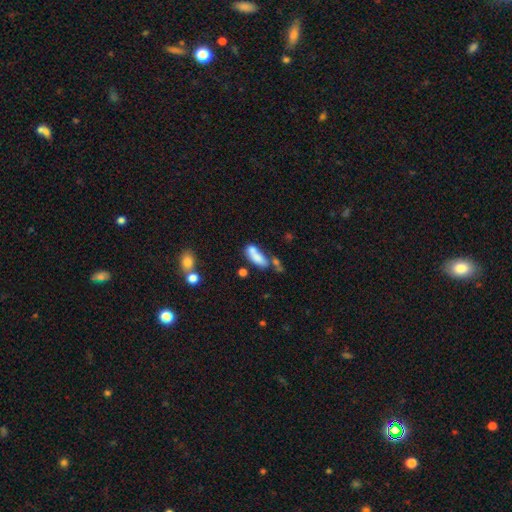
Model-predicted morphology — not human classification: Overall: smooth (73%). How rounded: in between (68%; cigar-shaped 28%). Merging: merger (41%; none 30%).